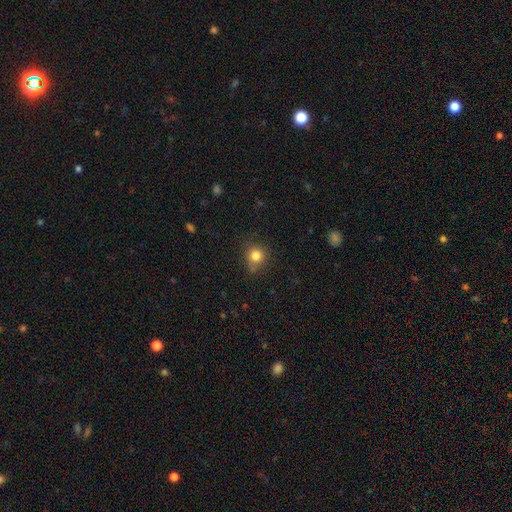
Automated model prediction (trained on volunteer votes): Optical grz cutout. It shows a smooth galaxy with no disk features (82%) that is round (88%). Merging: none (72%).